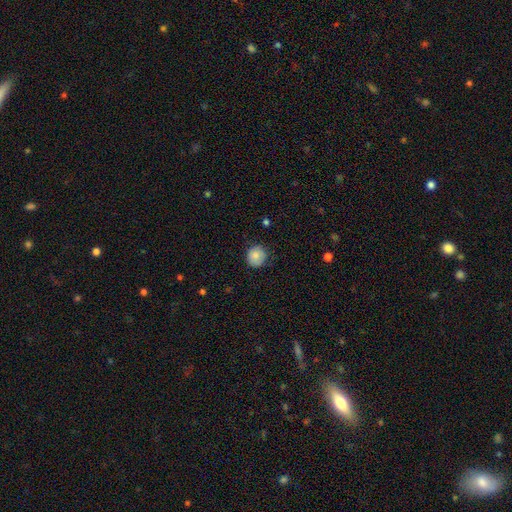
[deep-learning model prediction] smooth_or_featured: smooth (p=0.83) [alt: star or artifact p=0.08]
how_rounded: round (p=0.88) [alt: in between p=0.11]
merging: none (p=0.82) [alt: minor disturbance p=0.14]